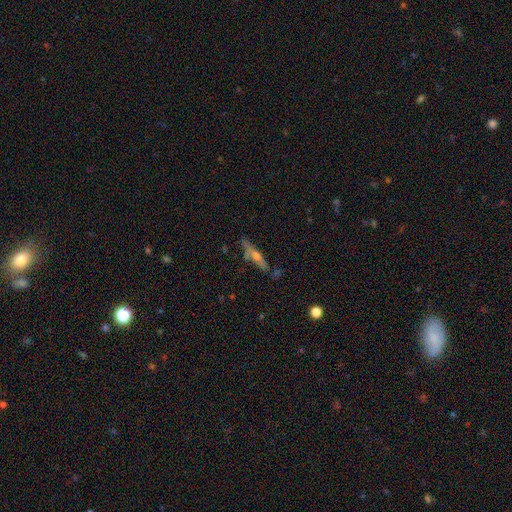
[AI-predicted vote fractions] Smooth or featured?
  - featured or disk: 58% *
  - smooth: 34%
  - star or artifact: 9%
Edge-on disk?
  - yes: 89% *
  - no: 11%
Edge-on bulge?
  - rounded: 78% *
  - none: 16%
  - boxy: 6%
Merging?
  - none: 73% *
  - minor disturbance: 17%
  - merger: 5%
  - major disturbance: 5%